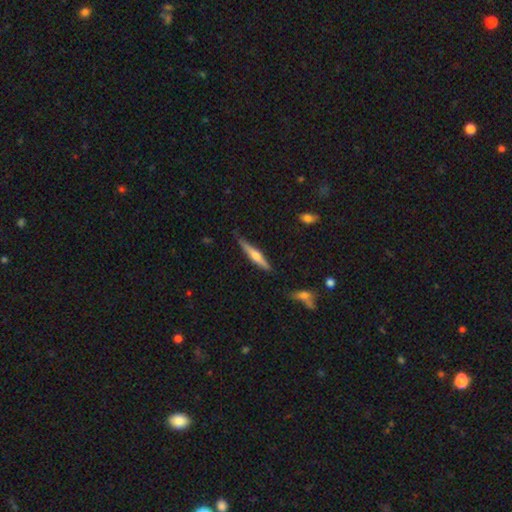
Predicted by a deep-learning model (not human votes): The model was most divided on "smooth or featured": featured or disk: 54%, smooth: 40%, star or artifact: 6%. More confident: edge-on disk — yes (96%); edge-on bulge — rounded (85%); merging — none (80%).